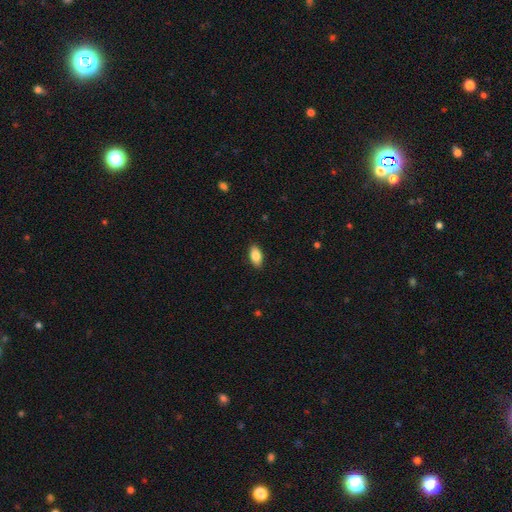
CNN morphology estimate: This appears to be a smooth galaxy with no disk features (86%) that is in between round and cigar-shaped (92%). Merging: none (89%).